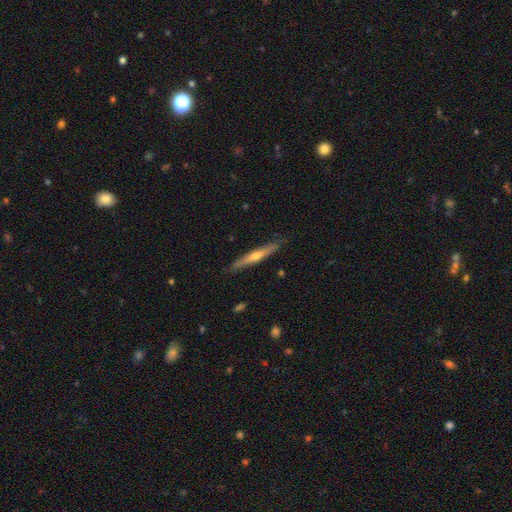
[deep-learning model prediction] Smooth or featured?
  - featured or disk: 65% *
  - smooth: 29%
  - star or artifact: 6%
Edge-on disk?
  - yes: 96% *
  - no: 4%
Edge-on bulge?
  - rounded: 82% *
  - none: 15%
  - boxy: 3%
Merging?
  - none: 87% *
  - minor disturbance: 10%
  - major disturbance: 2%
  - merger: 1%